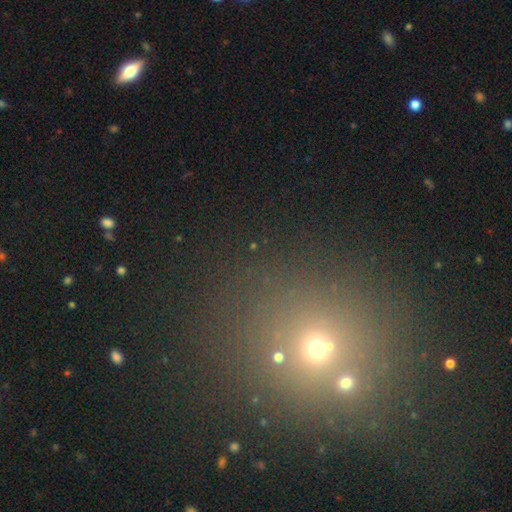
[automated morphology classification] This is possibly a star or artifact rather than a galaxy (54%).